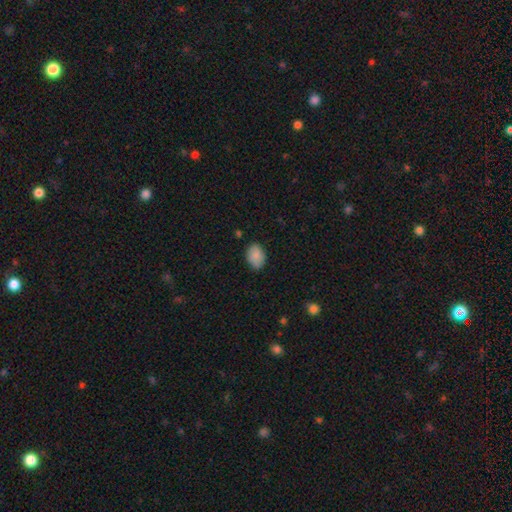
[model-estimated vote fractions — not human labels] smooth 87%, star or artifact 7%, featured or disk 6%. Down the decision tree: how rounded — in between (80%); merging — none (80%).